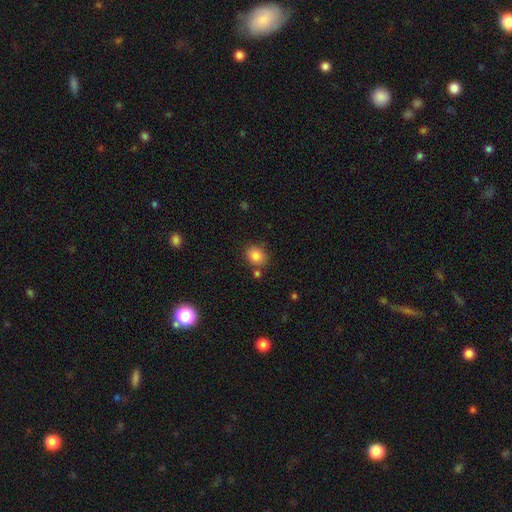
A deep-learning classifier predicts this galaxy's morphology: Smooth or featured? smooth (85%)
How rounded? round (61%)
Merging? none (74%)